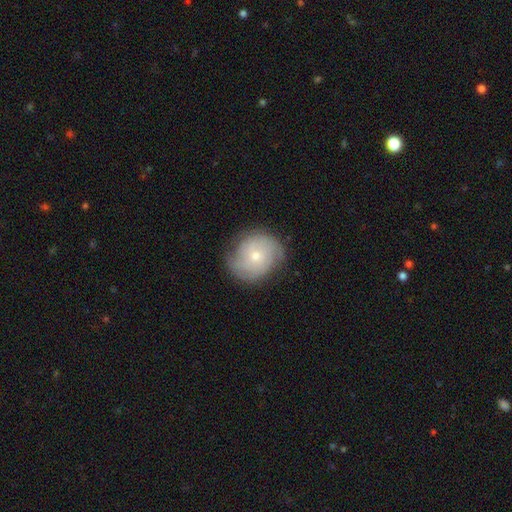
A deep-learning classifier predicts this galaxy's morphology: Q: Smooth or featured?
A: featured or disk (60%); runner-up: smooth (32%)
Q: Edge-on disk?
A: no (97%); runner-up: yes (3%)
Q: Bar?
A: no (78%); runner-up: weak (19%)
Q: Spiral arms?
A: yes (86%); runner-up: no (14%)
Q: Spiral winding?
A: tight (58%); runner-up: medium (31%)
Q: Spiral arm count?
A: can't tell (37%); runner-up: 2 (28%)
Q: Bulge size?
A: small (55%); runner-up: moderate (41%)
Q: Merging?
A: none (73%); runner-up: minor disturbance (20%)